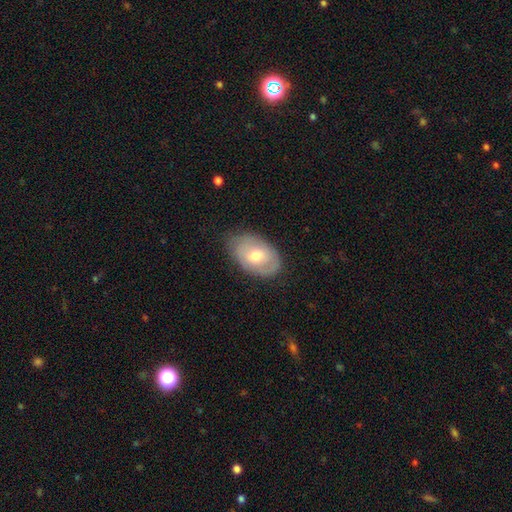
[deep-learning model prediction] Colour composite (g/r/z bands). It shows a smooth galaxy with no disk features (53%) that is in between round and cigar-shaped (87%). Merging: none (70%).